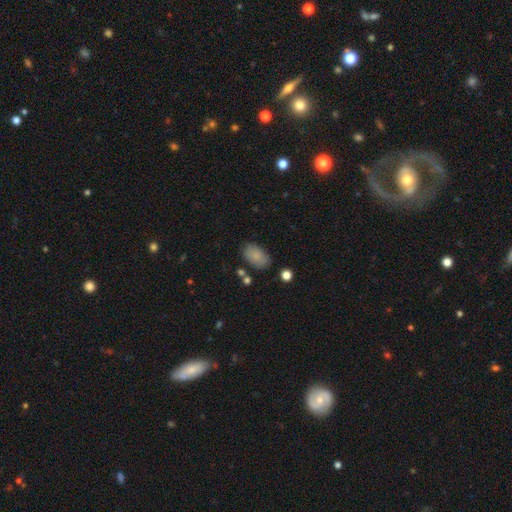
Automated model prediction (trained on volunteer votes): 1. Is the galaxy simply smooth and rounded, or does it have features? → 85% smooth, 8% star or artifact, 7% featured or disk.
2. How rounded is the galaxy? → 92% in between, 6% round, 2% cigar-shaped.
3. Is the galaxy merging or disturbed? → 78% none, 14% minor disturbance, 4% merger, 4% major disturbance.